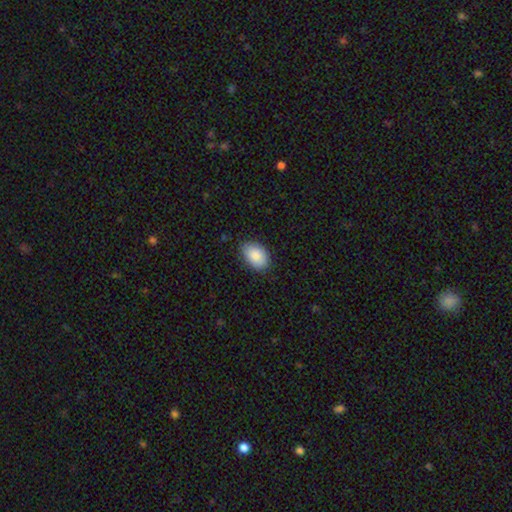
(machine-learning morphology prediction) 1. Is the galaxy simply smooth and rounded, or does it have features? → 88% smooth, 6% star or artifact, 5% featured or disk.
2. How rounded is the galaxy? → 90% in between, 9% round, 1% cigar-shaped.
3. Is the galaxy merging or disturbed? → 81% none, 15% minor disturbance, 3% major disturbance, 1% merger.